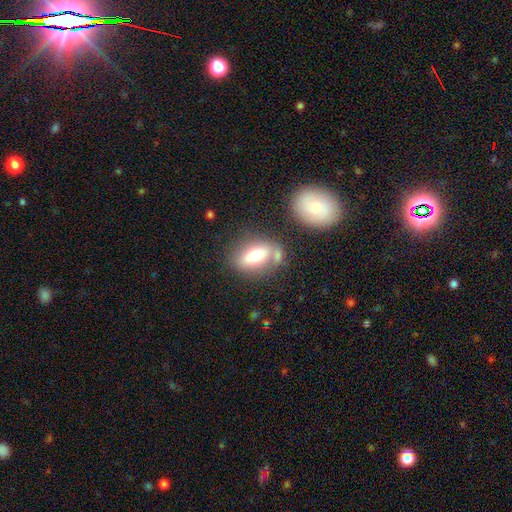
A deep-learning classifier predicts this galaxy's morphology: smooth-or-featured: smooth: 67% | featured or disk: 25% | star or artifact: 8%
  how-rounded: in between: 79% | cigar-shaped: 12% | round: 9%
  merging: none: 56% | merger: 22% | minor disturbance: 15% | major disturbance: 7%